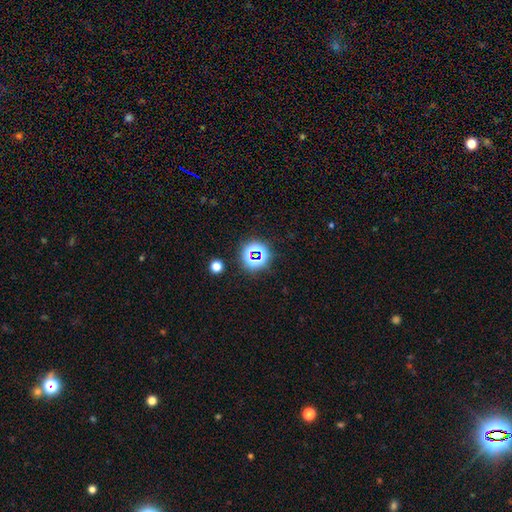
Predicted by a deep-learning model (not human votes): This is likely a star or artifact rather than a galaxy (65%).